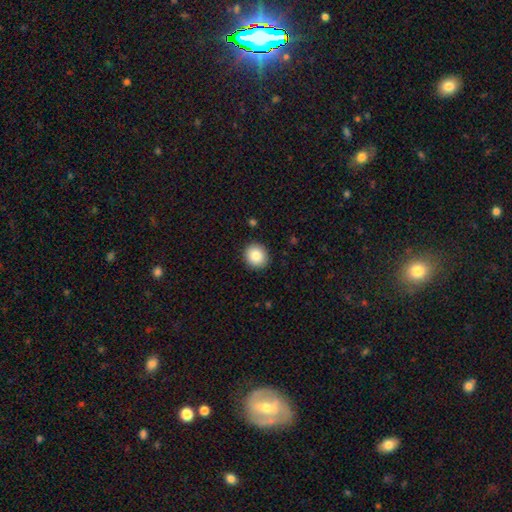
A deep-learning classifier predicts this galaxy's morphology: Q: Smooth or featured?
A: smooth (86%); runner-up: star or artifact (8%)
Q: How rounded?
A: round (84%); runner-up: in between (15%)
Q: Merging?
A: none (91%); runner-up: minor disturbance (7%)